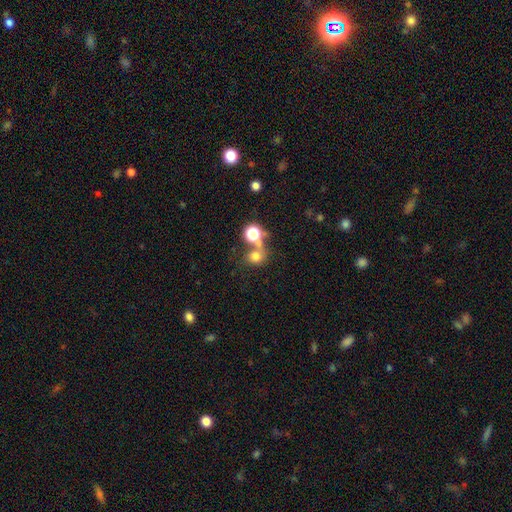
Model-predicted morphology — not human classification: Smooth or featured: smooth — 69% (star or artifact — 18%)
How rounded: round — 70% (in between — 29%)
Merging: merger — 42% (none — 40%)